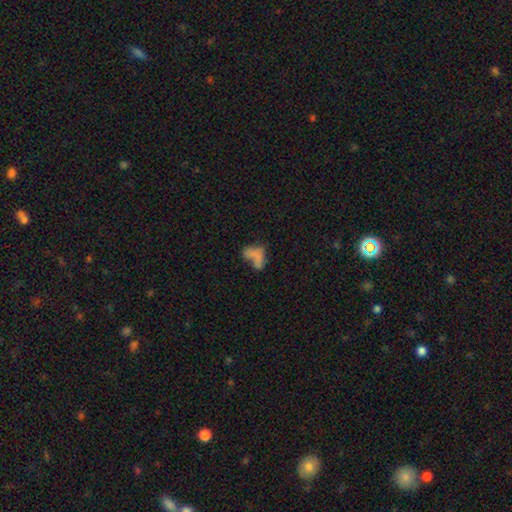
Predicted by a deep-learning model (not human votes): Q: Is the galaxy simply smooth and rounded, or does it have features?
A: smooth — 59%.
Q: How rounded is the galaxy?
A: in between — 83%.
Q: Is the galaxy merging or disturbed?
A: major disturbance — 29%.